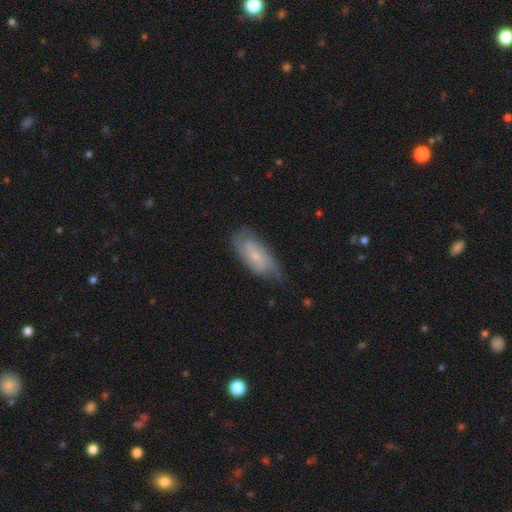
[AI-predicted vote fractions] The model was most divided on "spiral winding" (2-way tie): medium: 41%, tight: 41%, loose: 18%. More confident: edge-on disk — no (91%); spiral arms — yes (88%); bulge size — small (73%); merging — none (68%); smooth or featured — featured or disk (64%); bar — no (63%); spiral arm count — 2 (51%).